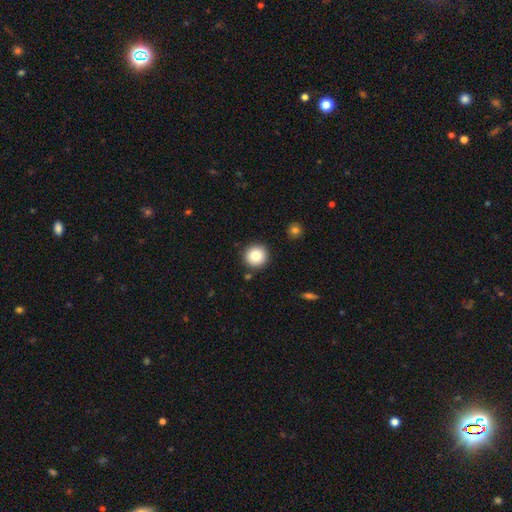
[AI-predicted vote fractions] Overall: smooth (83%). How rounded: round (95%). Merging: none (89%).